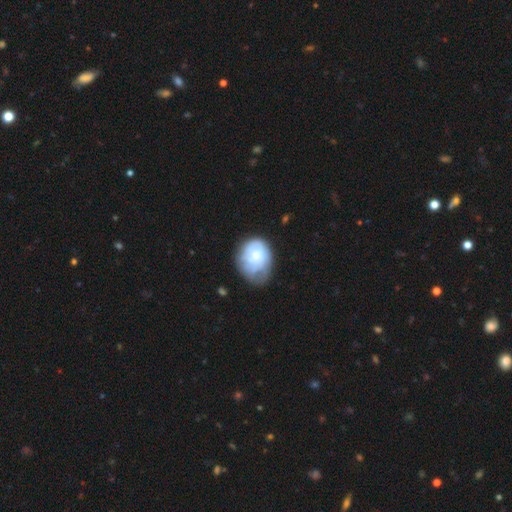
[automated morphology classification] smooth_or_featured: smooth (p=0.52) [alt: featured or disk p=0.42]
how_rounded: round (p=0.53) [alt: in between p=0.46]
merging: none (p=0.38) [tied with: minor disturbance p=0.38]